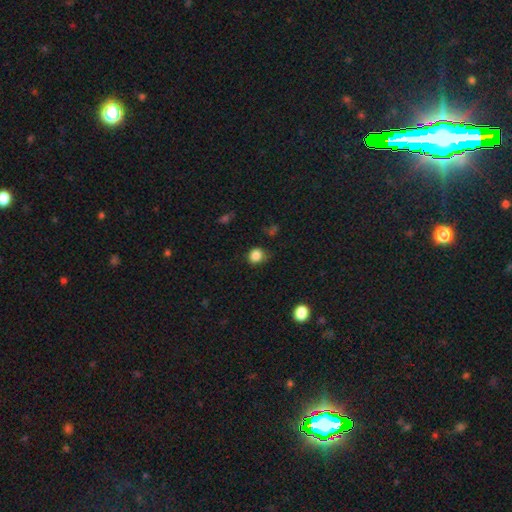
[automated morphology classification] Smooth or featured: smooth — 84% (star or artifact — 11%)
How rounded: round — 71% (in between — 28%)
Merging: none — 65% (minor disturbance — 26%)